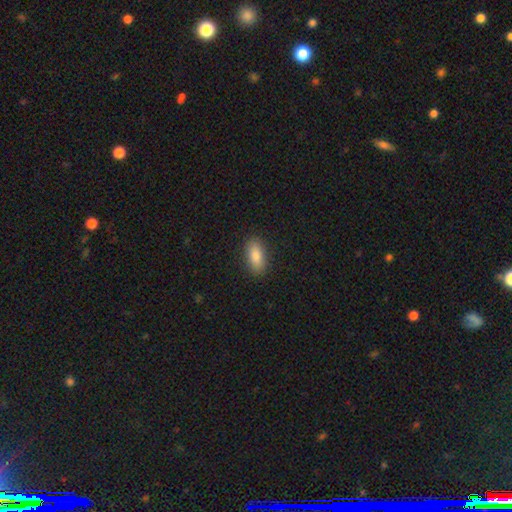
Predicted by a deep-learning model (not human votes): This is clearly a smooth galaxy (86%). How rounded: clearly in between (86%). Merging: clearly none (89%).